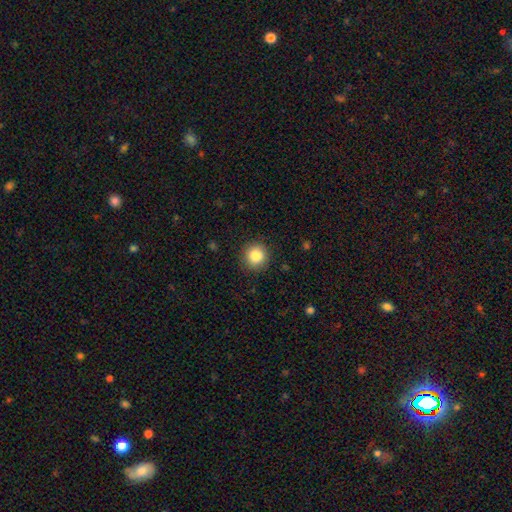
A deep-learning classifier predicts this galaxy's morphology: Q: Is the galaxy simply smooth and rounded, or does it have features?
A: smooth — 86%.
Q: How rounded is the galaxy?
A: round — 93%.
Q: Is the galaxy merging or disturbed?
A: none — 90%.